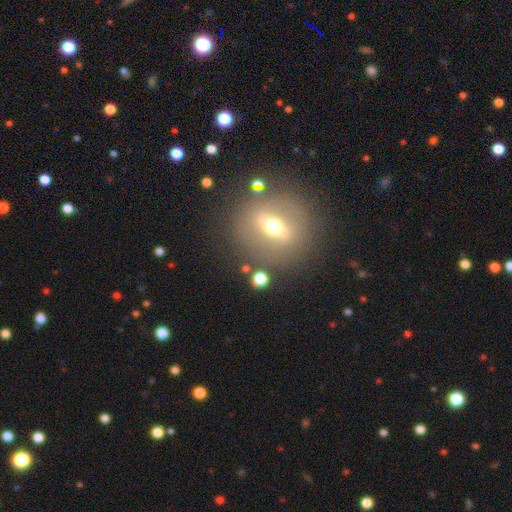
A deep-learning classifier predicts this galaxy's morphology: Smooth or featured? Predicted: featured or disk (p=0.51). Edge-on disk? Predicted: no (p=0.58). Merging? Predicted: none (p=0.85).